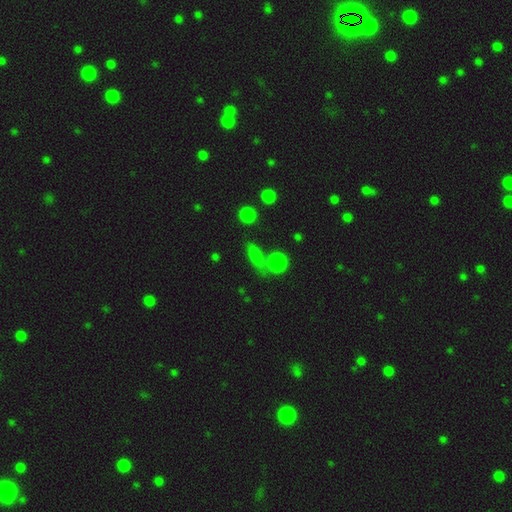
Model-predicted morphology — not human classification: Smooth or featured: smooth — 75% (star or artifact — 14%)
How rounded: in between — 51% (cigar-shaped — 25%)
Merging: none — 59% (merger — 18%)